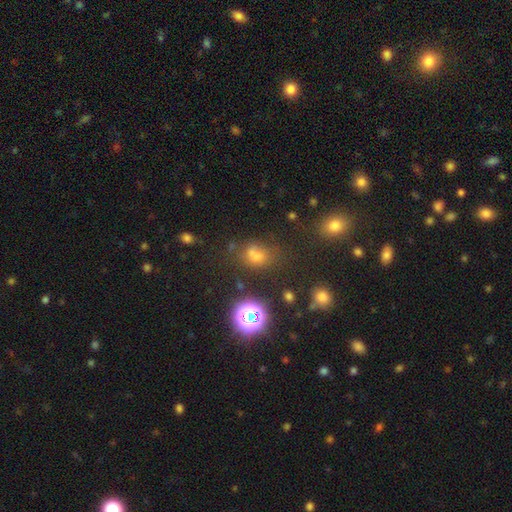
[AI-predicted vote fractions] Smooth or featured: smooth — 57% (star or artifact — 31%)
How rounded: in between — 50% (round — 48%)
Merging: none — 57% (merger — 17%)